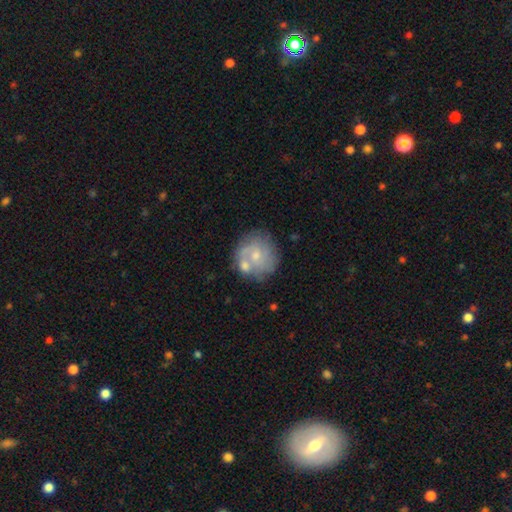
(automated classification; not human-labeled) smooth-or-featured: featured or disk: 55% | smooth: 38% | star or artifact: 7%
  disk-edge-on: no: 98% | yes: 2%
    bar: no: 73% | weak: 24% | strong: 3%
    has-spiral-arms: yes: 68% | no: 32%
    bulge-size: small: 59% | moderate: 35% | none: 4% | large: 2% | dominant: 1%
  merging: none: 55% | merger: 21% | minor disturbance: 17% | major disturbance: 7%